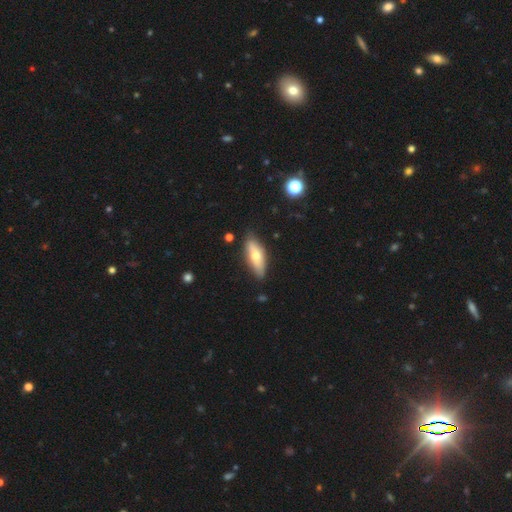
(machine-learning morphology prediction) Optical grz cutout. It shows a smooth galaxy with no disk features (59%) that is in between round and cigar-shaped (61%). Merging: none (81%).